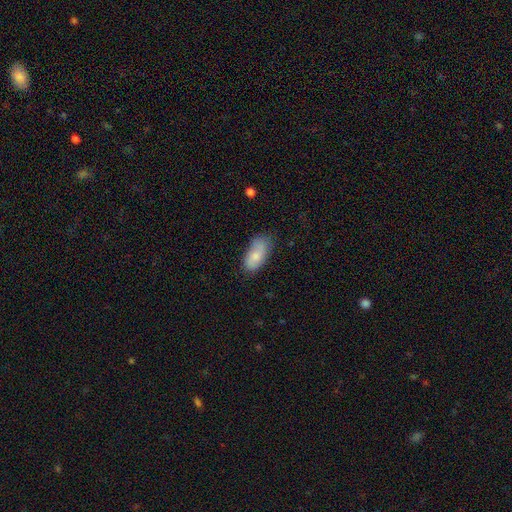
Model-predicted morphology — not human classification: Smooth or featured: smooth — 74% (featured or disk — 19%)
How rounded: in between — 92% (cigar-shaped — 5%)
Merging: none — 66% (minor disturbance — 26%)